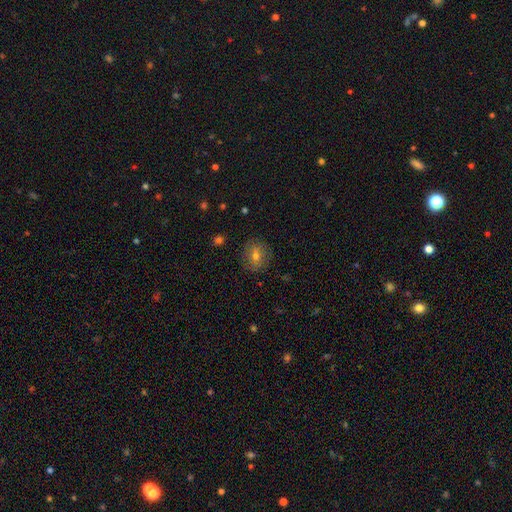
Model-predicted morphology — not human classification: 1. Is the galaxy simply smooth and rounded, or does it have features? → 63% smooth, 26% featured or disk, 11% star or artifact.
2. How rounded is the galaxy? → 71% round, 28% in between, 1% cigar-shaped.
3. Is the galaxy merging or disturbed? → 83% none, 12% minor disturbance, 4% major disturbance, 1% merger.